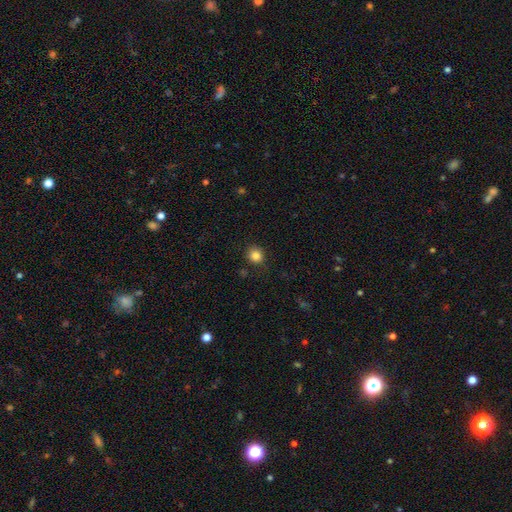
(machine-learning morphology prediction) This is clearly a smooth galaxy (84%). How rounded: clearly round (86%). Merging: clearly none (87%).